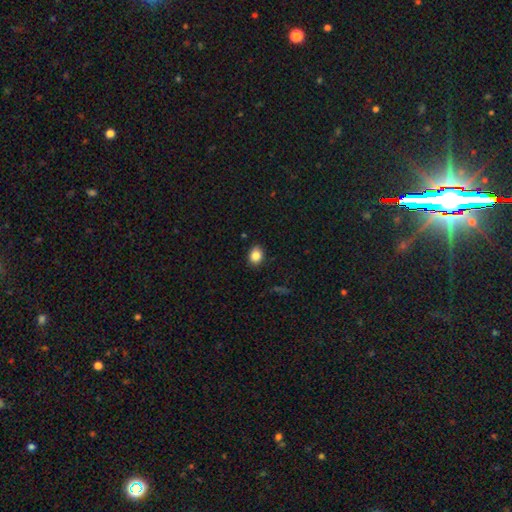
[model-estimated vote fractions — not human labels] Overall: smooth (85%). How rounded: in between (52%; round 47%). Merging: none (87%).